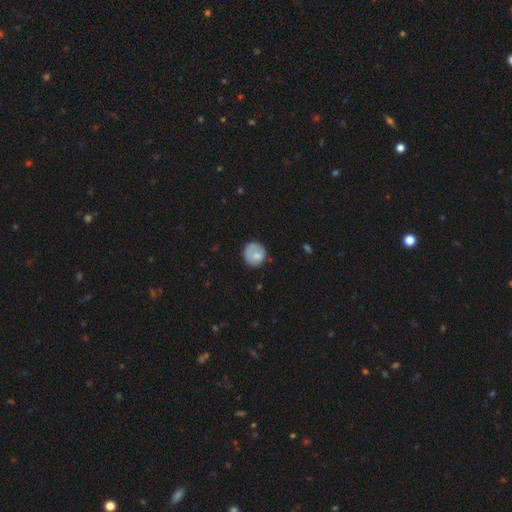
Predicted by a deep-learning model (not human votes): Smooth or featured? Predicted: smooth (p=0.76). How rounded? Predicted: round (p=0.86). Merging? Predicted: none (p=0.69).